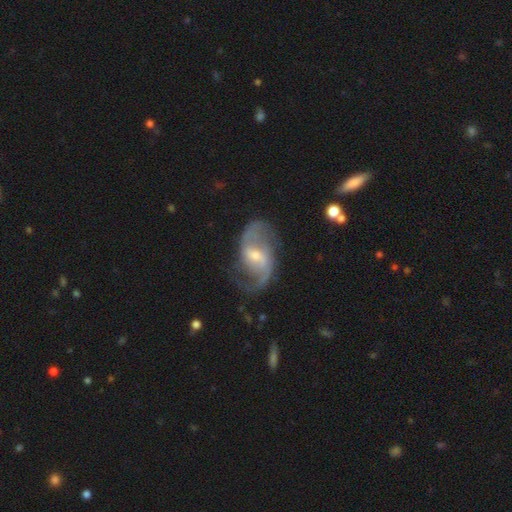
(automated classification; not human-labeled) smooth-or-featured: featured or disk: 88% | smooth: 7% | star or artifact: 6%
  disk-edge-on: no: 97% | yes: 3%
    bar: weak: 54% | strong: 25% | no: 21%
    has-spiral-arms: yes: 95% | no: 5%
      spiral-winding: loose: 49% | medium: 41% | tight: 10%
      spiral-arm-count: 2: 89% | can't tell: 4% | 1: 2% | 3: 2% | 4: 1% | more than 4: 1%
    bulge-size: small: 55% | moderate: 39% | large: 3% | none: 3% | dominant: 1%
  merging: none: 71% | minor disturbance: 16% | major disturbance: 10% | merger: 2%